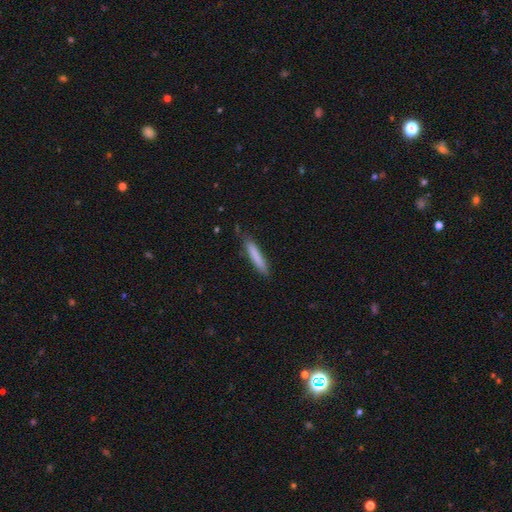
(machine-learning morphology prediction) Q: Smooth or featured?
A: smooth (80%); runner-up: featured or disk (14%)
Q: How rounded?
A: cigar-shaped (92%); runner-up: in between (7%)
Q: Merging?
A: none (81%); runner-up: minor disturbance (14%)